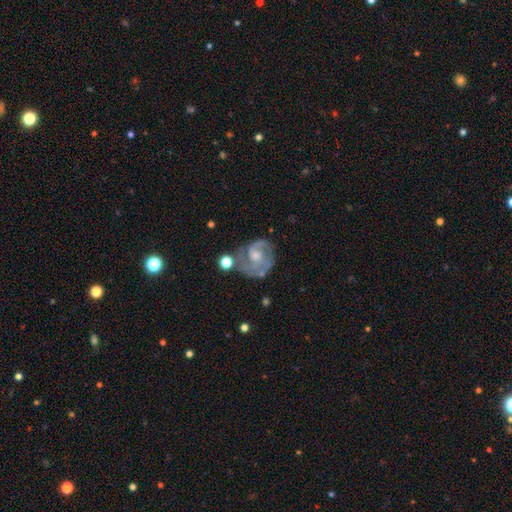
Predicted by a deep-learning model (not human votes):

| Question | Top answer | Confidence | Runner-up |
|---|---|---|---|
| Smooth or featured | featured or disk | 80% | smooth (13%) |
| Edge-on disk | no | 98% | yes (2%) |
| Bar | no | 60% | weak (33%) |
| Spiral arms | yes | 90% | no (10%) |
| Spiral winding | tight | 48% | medium (41%) |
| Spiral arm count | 2 | 59% | can't tell (17%) |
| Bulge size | moderate | 50% | small (35%) |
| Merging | none | 60% | minor disturbance (21%) |